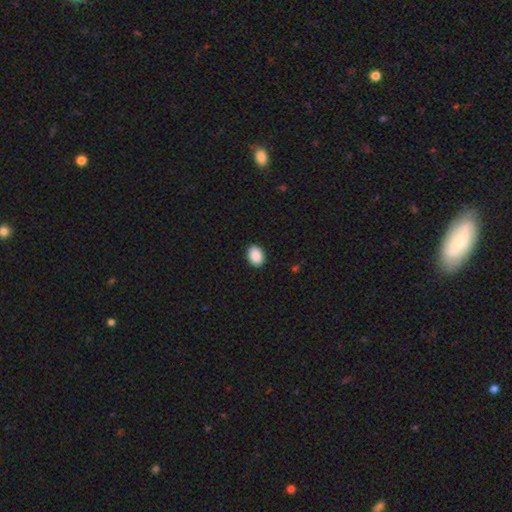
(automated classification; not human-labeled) A smooth galaxy with no disk features (91%) that is in between round and cigar-shaped (76%). Merging: none (90%).